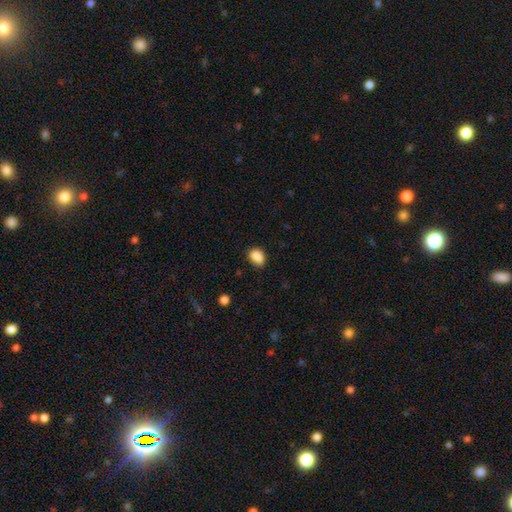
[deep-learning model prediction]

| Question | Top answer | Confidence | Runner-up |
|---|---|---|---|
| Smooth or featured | smooth | 85% | star or artifact (10%) |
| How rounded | in between | 67% | round (32%) |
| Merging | none | 63% | minor disturbance (26%) |